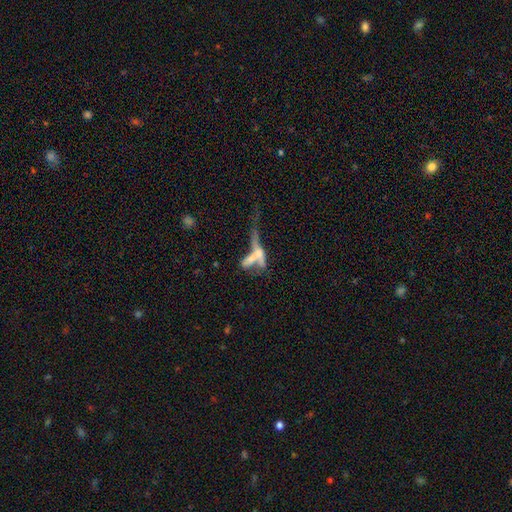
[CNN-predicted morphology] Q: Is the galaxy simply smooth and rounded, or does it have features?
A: featured or disk — 47%.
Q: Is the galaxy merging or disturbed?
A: merger — 53%.